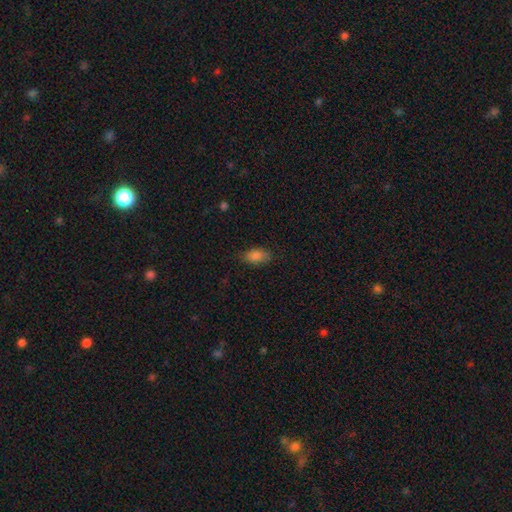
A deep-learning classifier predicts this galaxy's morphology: This is clearly a smooth galaxy (84%). How rounded: clearly in between (90%). Merging: likely none (78%).